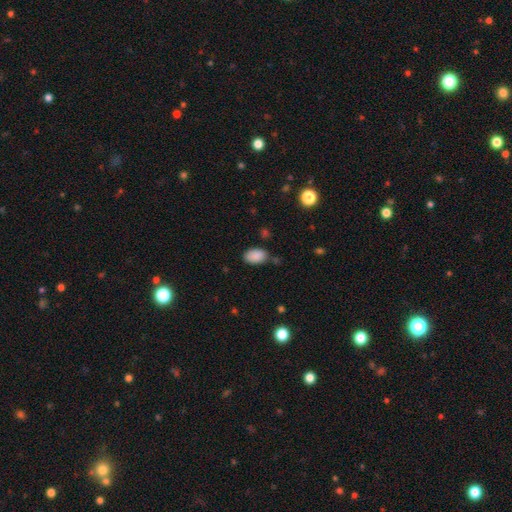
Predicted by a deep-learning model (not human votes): Smooth or featured? Predicted: smooth (p=0.88). How rounded? Predicted: in between (p=0.90). Merging? Predicted: none (p=0.75).